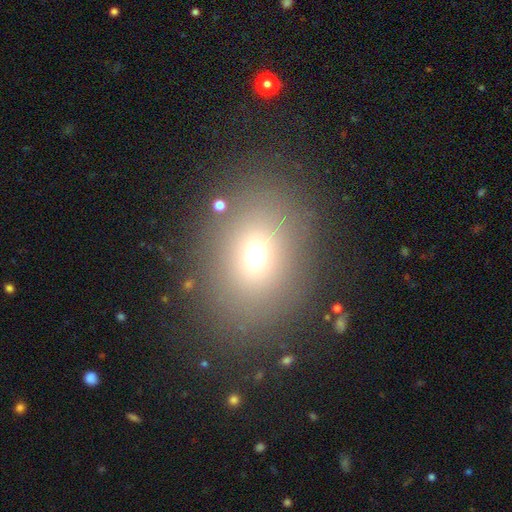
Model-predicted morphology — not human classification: smooth 68%, star or artifact 20%, featured or disk 12%. Down the decision tree: how rounded — in between (53%); merging — none (83%).